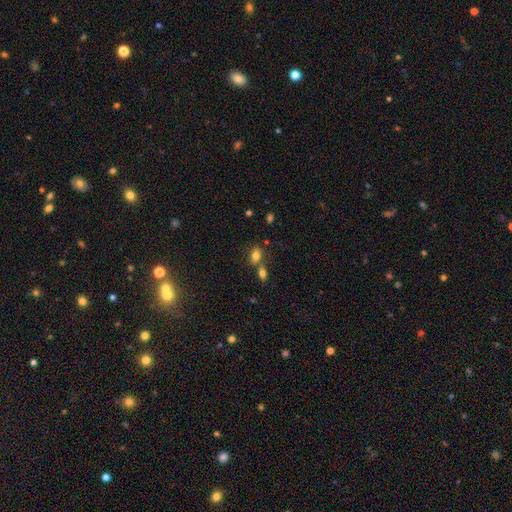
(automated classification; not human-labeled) A smooth galaxy with no disk features (78%) that is in between round and cigar-shaped (79%). Merging: none (45%).